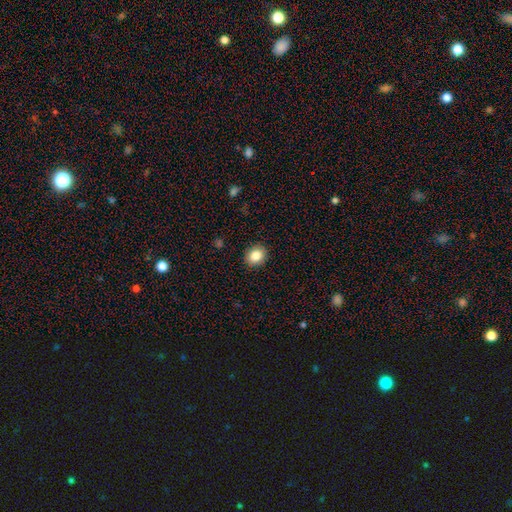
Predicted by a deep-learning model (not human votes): smooth_or_featured: smooth (p=0.85) [alt: star or artifact p=0.09]
how_rounded: round (p=0.58) [alt: in between p=0.41]
merging: none (p=0.90) [alt: minor disturbance p=0.07]